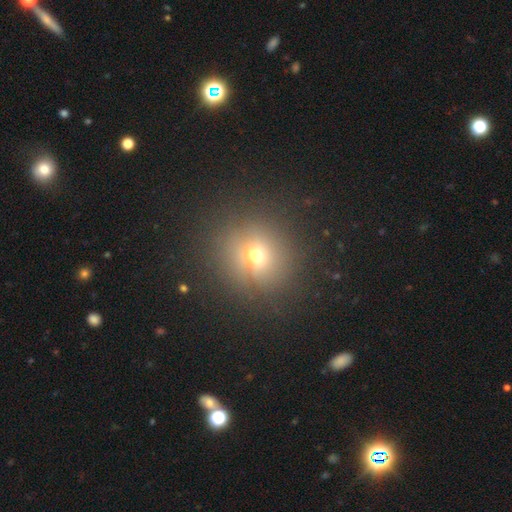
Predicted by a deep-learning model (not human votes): This is likely a smooth galaxy (63%). How rounded: clearly round (88%). Merging: clearly none (81%).